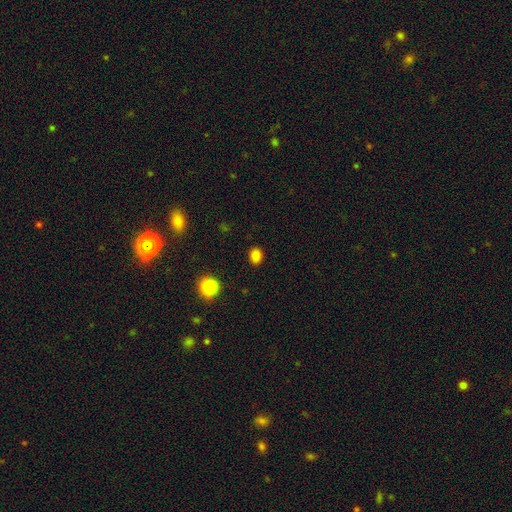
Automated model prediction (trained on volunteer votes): A smooth galaxy with no disk features (81%) that is in between round and cigar-shaped (55%).

Vote fractions:
- Smooth or featured? smooth: 81% / star or artifact: 15% / featured or disk: 4%
- How rounded? in between: 55% / round: 44% / cigar-shaped: 1%
- Merging? none: 87% / minor disturbance: 9% / major disturbance: 2% / merger: 1%